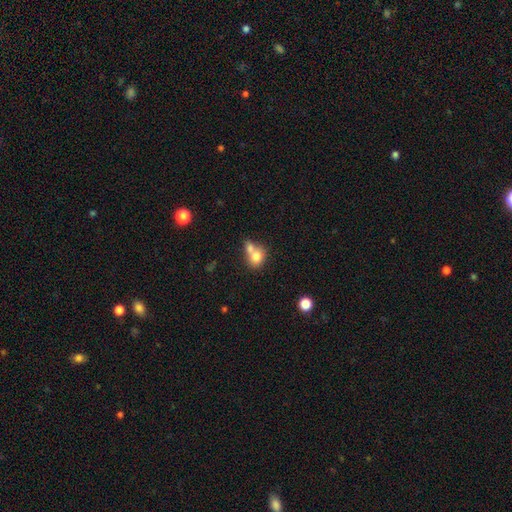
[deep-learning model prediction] A smooth galaxy with no disk features (76%) that is round (58%). Merging: merger (58%).